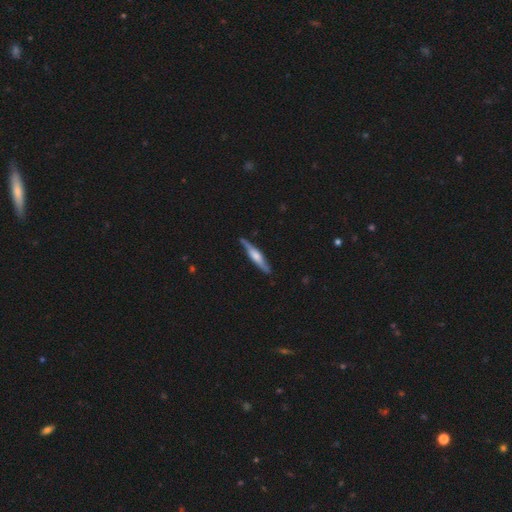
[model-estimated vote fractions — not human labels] Smooth or featured: featured or disk — 62% (smooth — 33%)
Edge-on disk: yes — 93% (no — 7%)
Edge-on bulge: rounded — 67% (boxy — 23%)
Merging: none — 84% (minor disturbance — 13%)